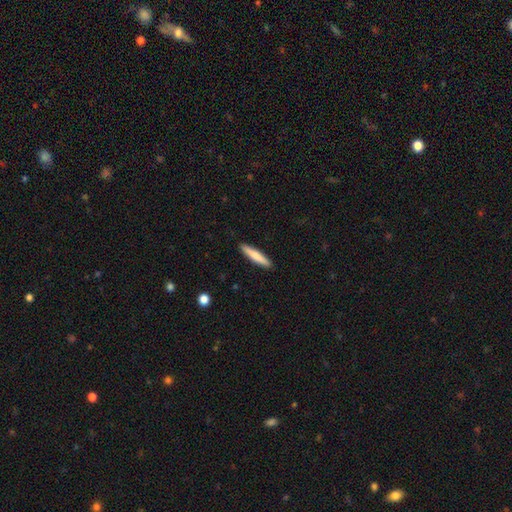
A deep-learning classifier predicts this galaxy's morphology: A smooth galaxy with no disk features (72%) that is cigar-shaped (90%). Merging: none (91%).